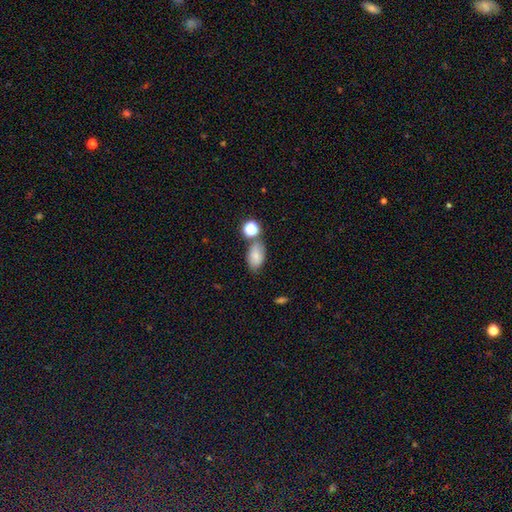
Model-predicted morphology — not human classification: Smooth or featured?
  - smooth: 78% *
  - featured or disk: 12%
  - star or artifact: 10%
How rounded?
  - in between: 89% *
  - round: 8%
  - cigar-shaped: 2%
Merging?
  - none: 61% *
  - minor disturbance: 18%
  - merger: 16%
  - major disturbance: 5%